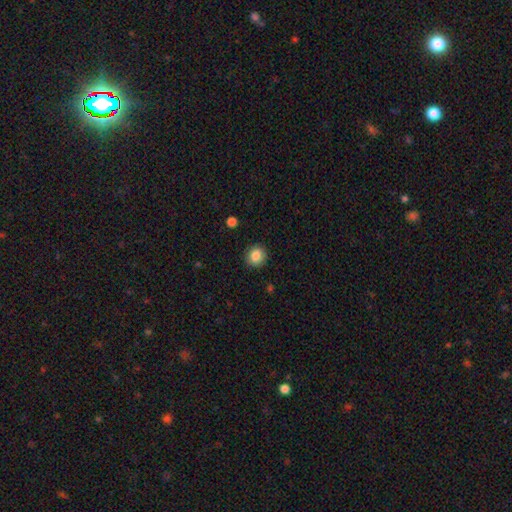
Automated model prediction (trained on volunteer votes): Overall: smooth (86%). How rounded: round (84%). Merging: none (89%).